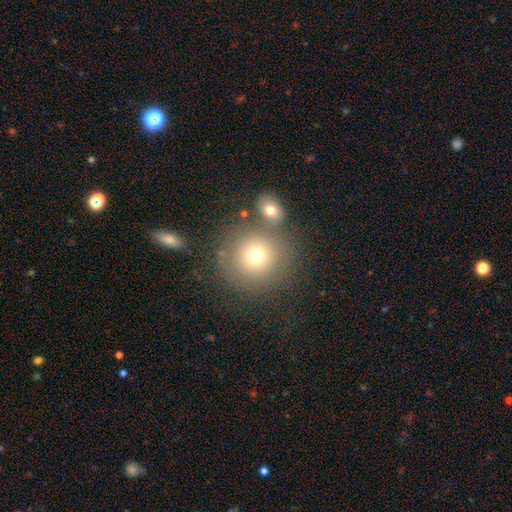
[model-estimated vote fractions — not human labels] Overall: smooth (72%). How rounded: round (93%). Merging: none (68%).